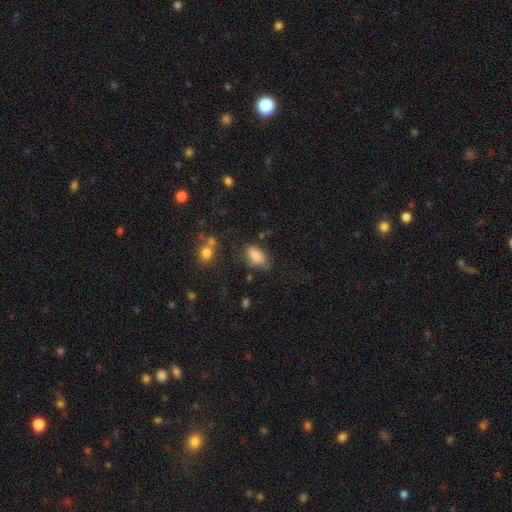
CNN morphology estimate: type=smooth (83%); roundness=in between (91%); merging=none (59%).